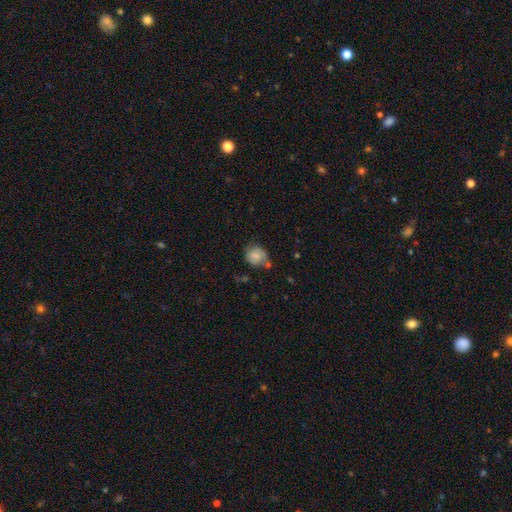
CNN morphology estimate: Smooth or featured: smooth — 66% (featured or disk — 25%)
How rounded: round — 72% (in between — 27%)
Merging: none — 49% (minor disturbance — 29%)